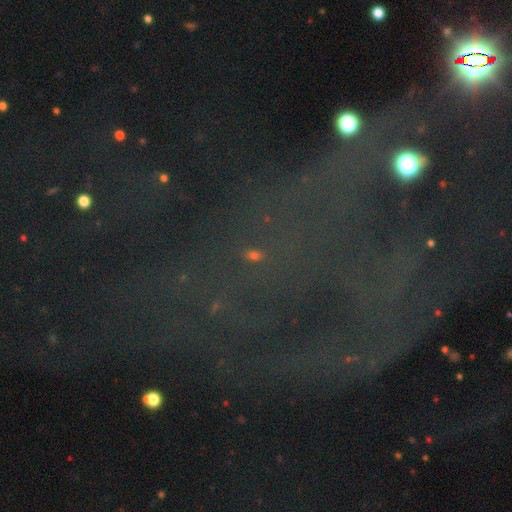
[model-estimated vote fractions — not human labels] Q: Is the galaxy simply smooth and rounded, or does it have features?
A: star or artifact — 72%.